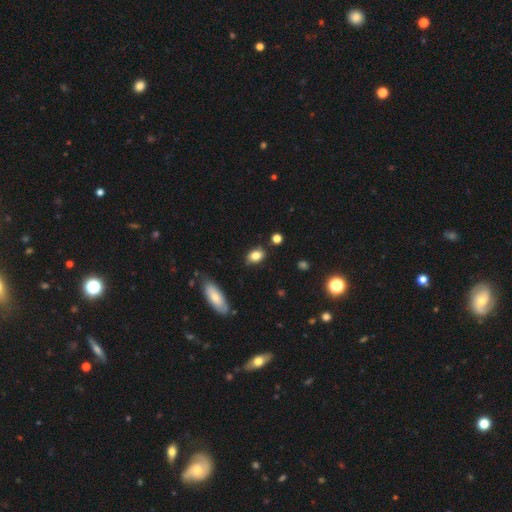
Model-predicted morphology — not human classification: smooth_or_featured: smooth (p=0.82) [alt: star or artifact p=0.09]
how_rounded: in between (p=0.78) [alt: round p=0.20]
merging: none (p=0.80) [alt: minor disturbance p=0.14]